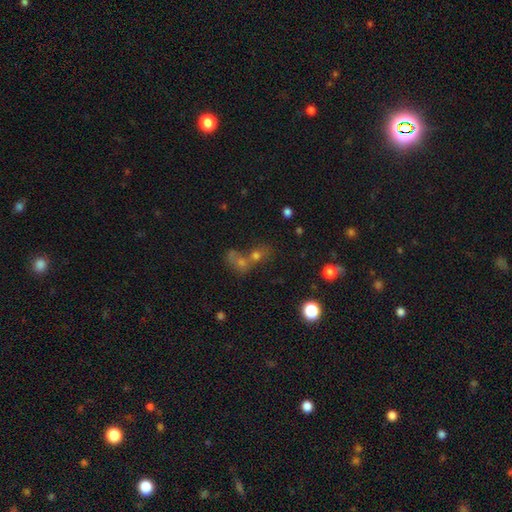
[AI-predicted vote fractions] Smooth or featured? smooth (48%)
Merging? merger (51%)